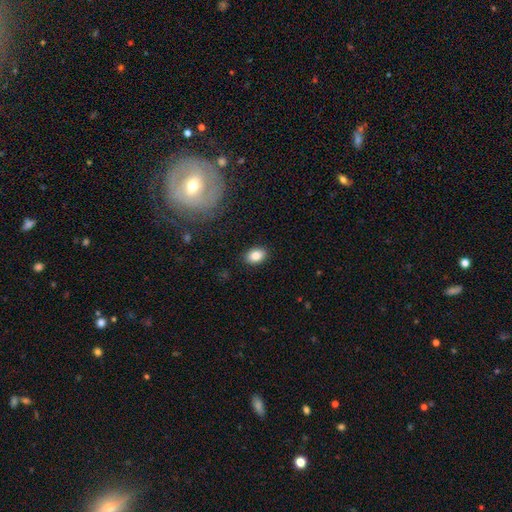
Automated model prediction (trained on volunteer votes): Smooth or featured: smooth — 85% (star or artifact — 8%)
How rounded: in between — 77% (round — 22%)
Merging: none — 89% (minor disturbance — 8%)